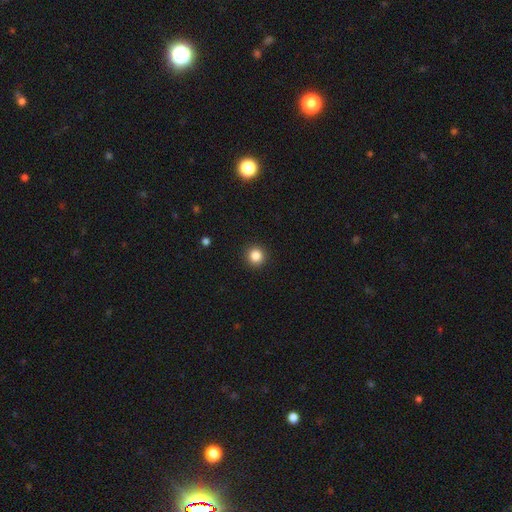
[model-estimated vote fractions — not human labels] Smooth or featured? smooth (85%)
How rounded? round (94%)
Merging? none (92%)